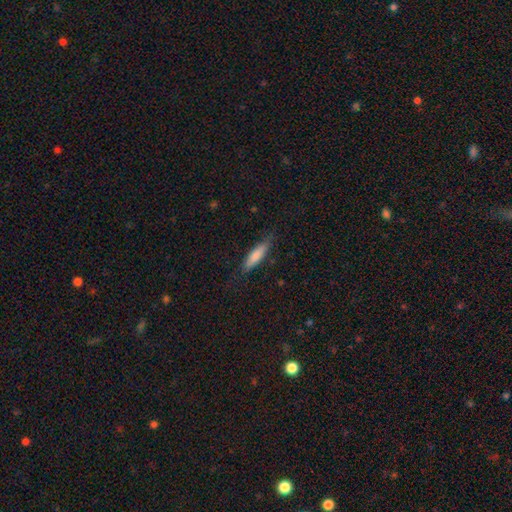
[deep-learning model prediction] smooth_or_featured: smooth (p=0.76) [alt: featured or disk p=0.18]
how_rounded: cigar-shaped (p=0.67) [alt: in between p=0.31]
merging: none (p=0.79) [alt: minor disturbance p=0.16]